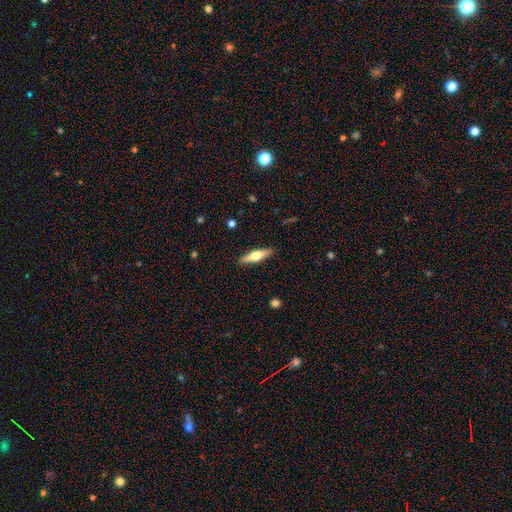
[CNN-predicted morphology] The model was most divided on "smooth or featured": featured or disk: 53%, smooth: 41%, star or artifact: 5%. More confident: edge-on disk — yes (95%); edge-on bulge — rounded (93%); merging — none (90%).